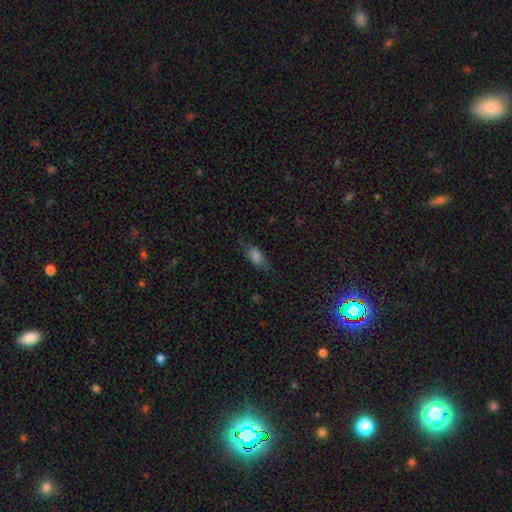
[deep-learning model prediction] Overall: smooth (70%). How rounded: in between (74%). Merging: none (67%).